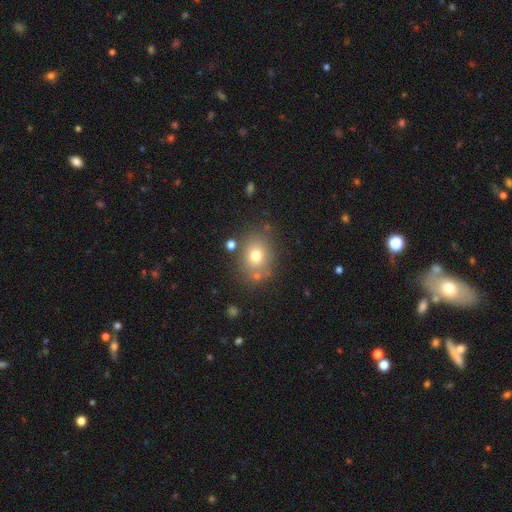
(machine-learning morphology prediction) smooth_or_featured: smooth (p=0.72) [alt: featured or disk p=0.14]
how_rounded: round (p=0.52) [alt: in between p=0.47]
merging: none (p=0.75) [alt: minor disturbance p=0.13]